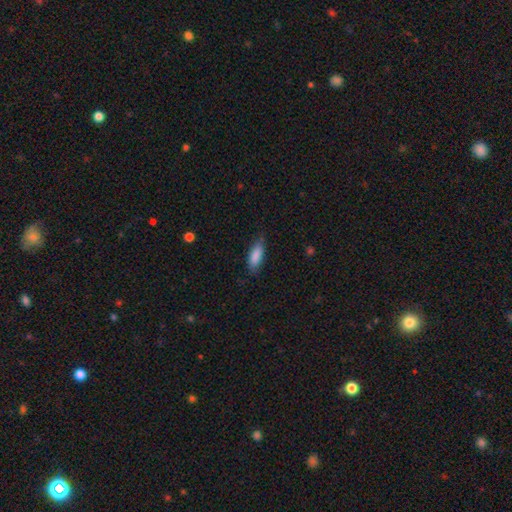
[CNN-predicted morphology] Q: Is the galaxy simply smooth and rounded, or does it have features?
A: smooth — 86%.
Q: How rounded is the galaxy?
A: in between — 66%.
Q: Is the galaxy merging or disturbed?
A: none — 72%.